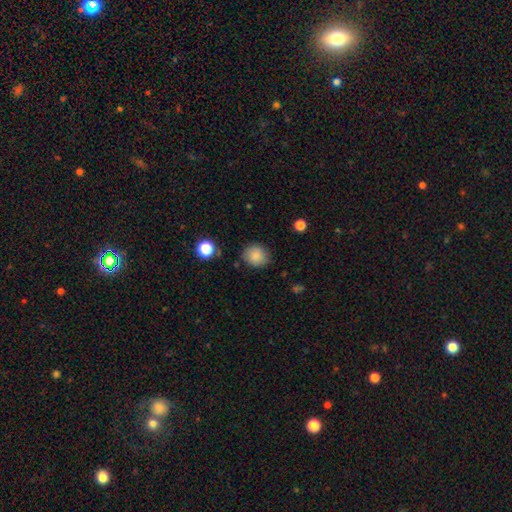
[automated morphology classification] smooth_or_featured: smooth (p=0.86) [alt: star or artifact p=0.10]
how_rounded: round (p=0.82) [alt: in between p=0.17]
merging: none (p=0.82) [alt: minor disturbance p=0.13]